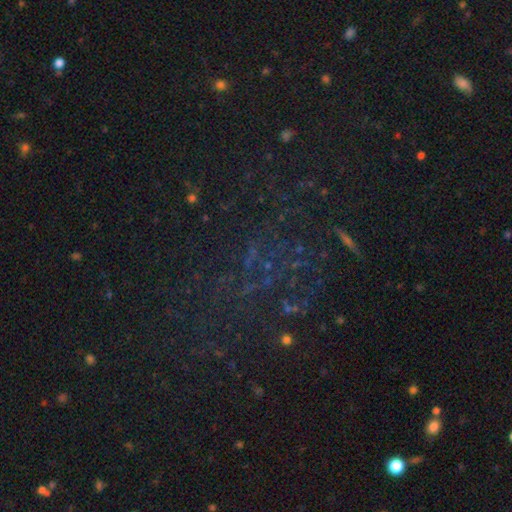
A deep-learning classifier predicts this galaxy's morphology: Smooth or featured?
  - star or artifact: 66% *
  - featured or disk: 18%
  - smooth: 17%